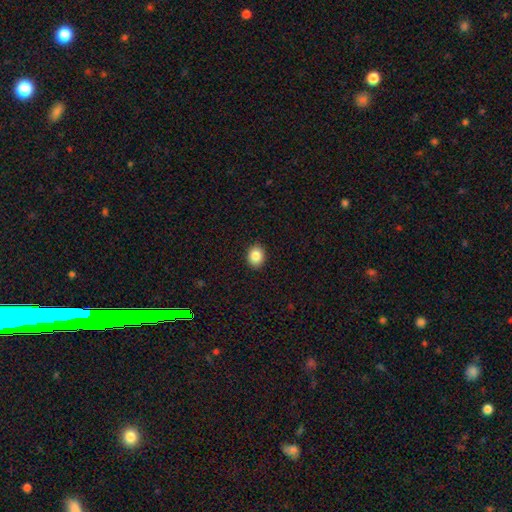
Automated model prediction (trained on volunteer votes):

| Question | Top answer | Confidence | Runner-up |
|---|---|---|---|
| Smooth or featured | smooth | 86% | star or artifact (9%) |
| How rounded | round | 59% | in between (40%) |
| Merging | none | 91% | minor disturbance (7%) |